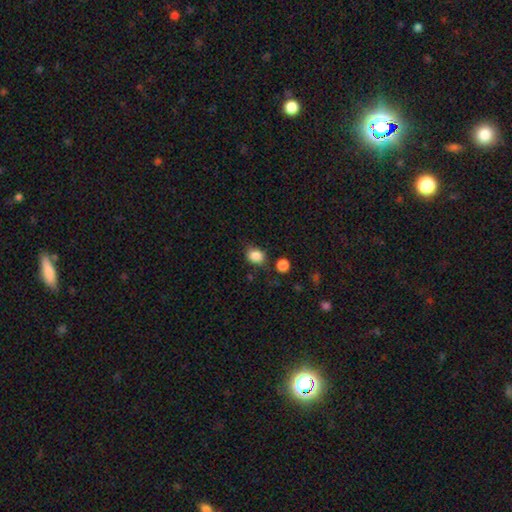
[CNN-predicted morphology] type=smooth (86%); roundness=round (50%); merging=none (73%).